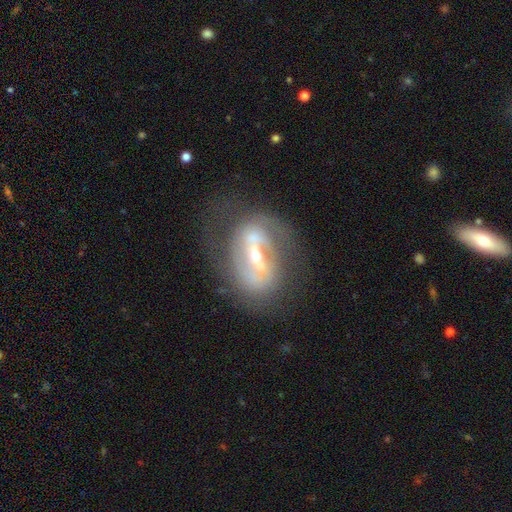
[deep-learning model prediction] featured or disk 79%, smooth 14%, star or artifact 7%. Down the decision tree: edge-on disk — no (93%); bar — strong (52%); spiral arms — yes (70%); spiral arm count — 2 (58%); spiral winding — tight (40%); bulge size — small (49%); merging — none (55%).